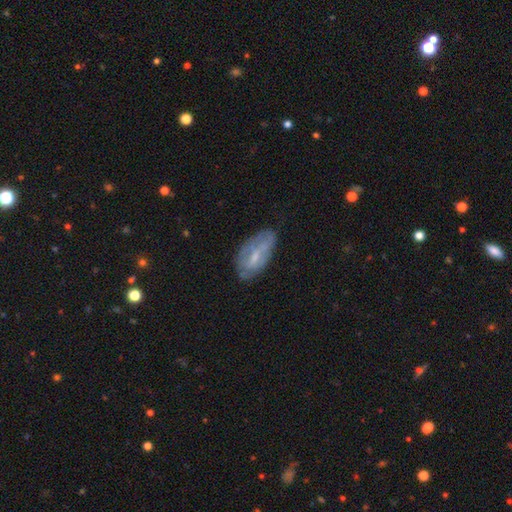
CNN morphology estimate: featured or disk 51%, smooth 42%, star or artifact 8%. Down the decision tree: edge-on disk — no (90%); merging — none (61%).